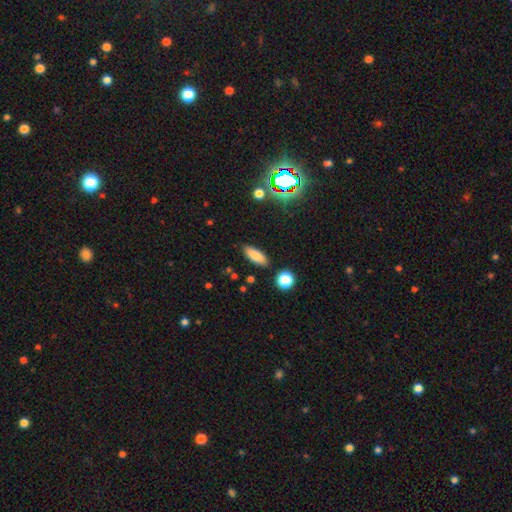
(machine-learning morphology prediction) A smooth galaxy with no disk features (80%) that is in between round and cigar-shaped (69%). Merging: none (86%).